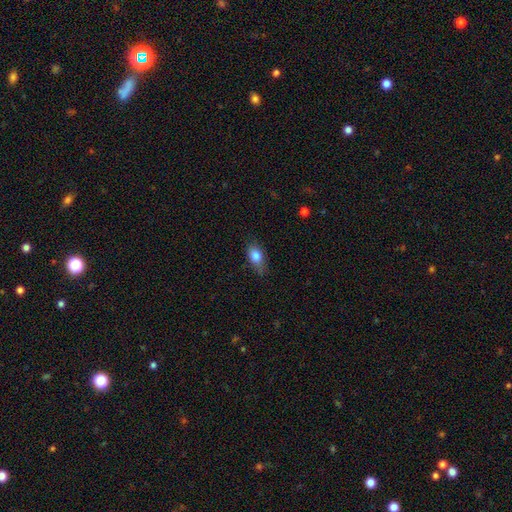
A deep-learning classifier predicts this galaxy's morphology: A smooth galaxy with no disk features (79%) that is in between round and cigar-shaped (80%). Merging: none (66%).